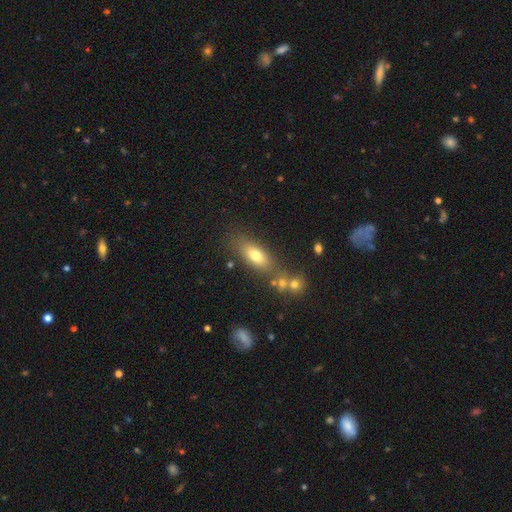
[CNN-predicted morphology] Smooth or featured?
  - smooth: 71% *
  - featured or disk: 19%
  - star or artifact: 10%
How rounded?
  - in between: 73% *
  - cigar-shaped: 20%
  - round: 6%
Merging?
  - none: 68% *
  - minor disturbance: 14%
  - merger: 12%
  - major disturbance: 6%